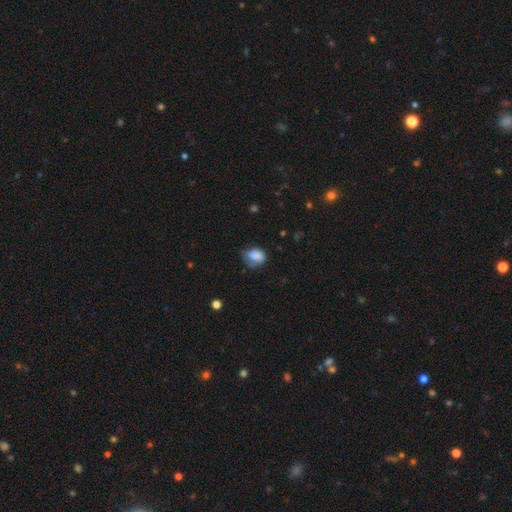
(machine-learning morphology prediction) Overall: smooth (78%). How rounded: in between (66%; round 32%). Merging: none (38%; minor disturbance 37%).